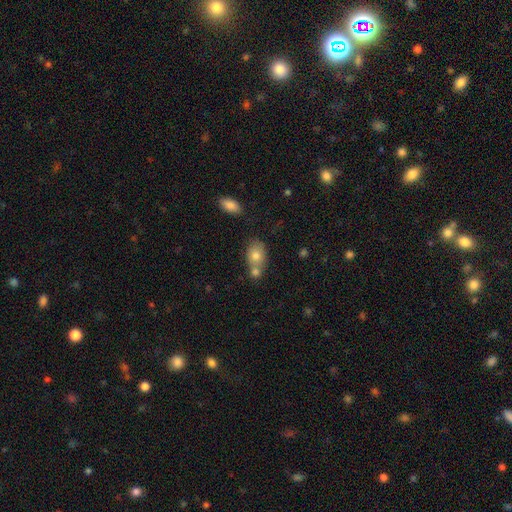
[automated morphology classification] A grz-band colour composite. It shows a smooth galaxy with no disk features (77%) that is in between round and cigar-shaped (71%). Merging: merger (45%).